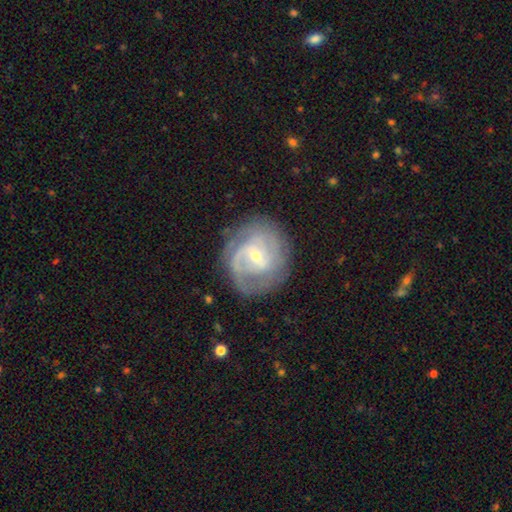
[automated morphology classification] This is clearly a featured or disk galaxy (84%). It is clearly not viewed edge-on (97%). Bar: possibly weak (50%). Spiral arm pattern: clearly yes (94%). Spiral arm count: marginally 2 (42%). Spiral winding: possibly tight (52%). Central bulge: likely small (63%). Merging: likely none (74%).